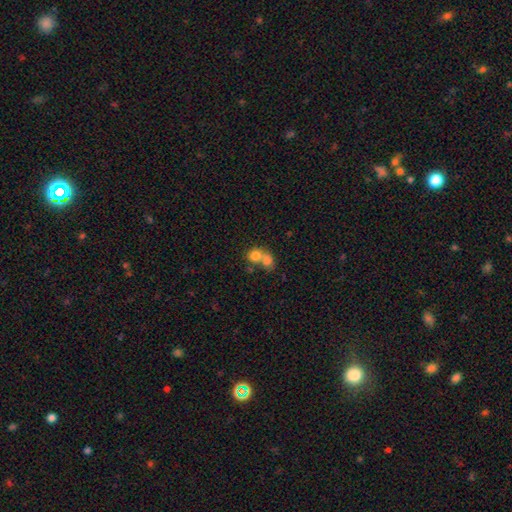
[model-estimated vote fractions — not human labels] Morphology: type=smooth (76%); roundness=round (69%); merging=merger (67%).